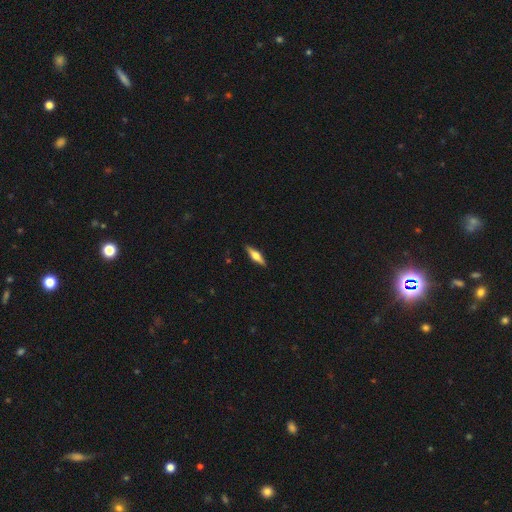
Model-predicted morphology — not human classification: featured or disk 55%, smooth 39%, star or artifact 6%. Down the decision tree: edge-on disk — yes (95%); edge-on bulge — rounded (88%); merging — none (89%).